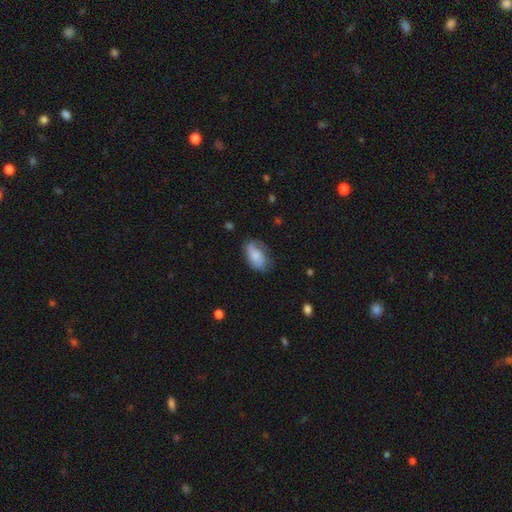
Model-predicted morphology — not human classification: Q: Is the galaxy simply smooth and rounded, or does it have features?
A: smooth — 62%.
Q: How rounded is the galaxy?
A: in between — 90%.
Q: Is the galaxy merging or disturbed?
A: none — 55%.